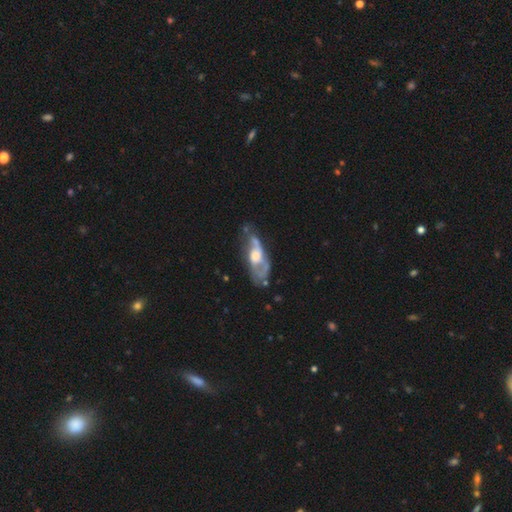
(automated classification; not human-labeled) Q: Smooth or featured?
A: featured or disk (72%); runner-up: smooth (21%)
Q: Edge-on disk?
A: no (86%); runner-up: yes (14%)
Q: Bar?
A: no (66%); runner-up: weak (28%)
Q: Spiral arms?
A: yes (72%); runner-up: no (28%)
Q: Bulge size?
A: moderate (57%); runner-up: large (23%)
Q: Merging?
A: none (44%); runner-up: minor disturbance (26%)